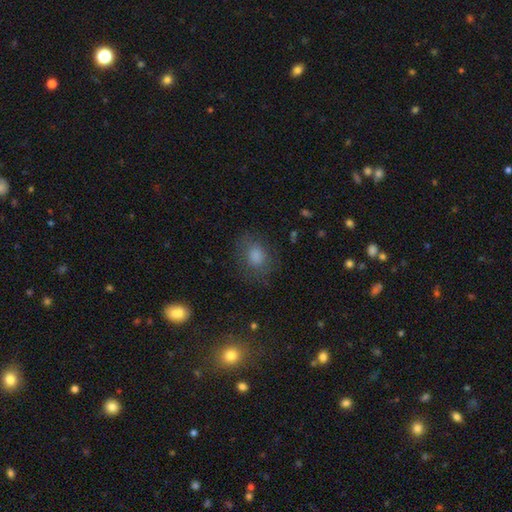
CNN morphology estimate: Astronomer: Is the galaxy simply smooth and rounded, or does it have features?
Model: smooth — 64%.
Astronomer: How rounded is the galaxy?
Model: round — 53% (runner-up: in between, 45%).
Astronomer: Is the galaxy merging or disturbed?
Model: none — 75%.